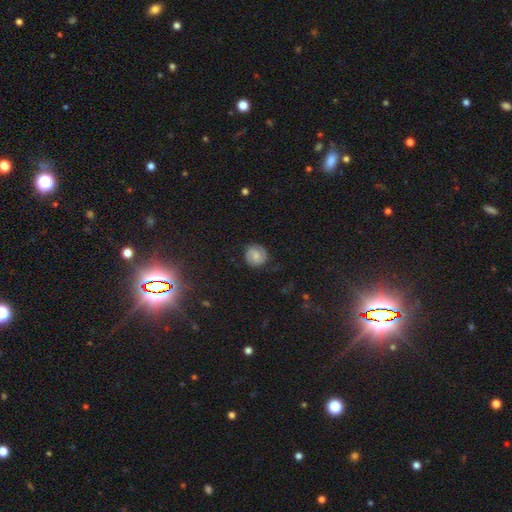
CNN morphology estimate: This is possibly a smooth galaxy (46%). Merging: clearly none (80%).